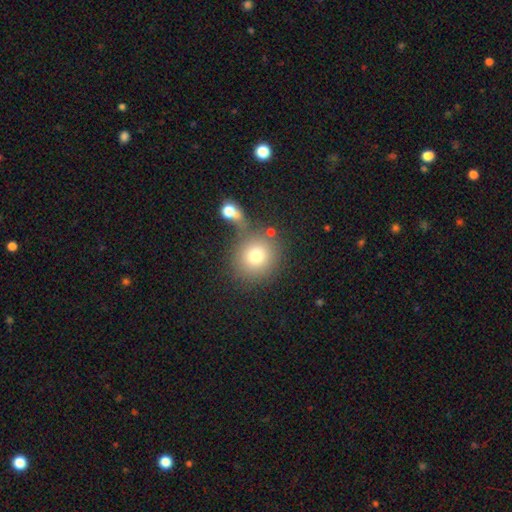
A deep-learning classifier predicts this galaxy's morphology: A smooth galaxy with no disk features (76%) that is round (88%).

Vote fractions:
- Smooth or featured? smooth: 76% / star or artifact: 12% / featured or disk: 12%
- How rounded? round: 88% / in between: 11% / cigar-shaped: 1%
- Merging? none: 66% / merger: 18% / minor disturbance: 11% / major disturbance: 6%